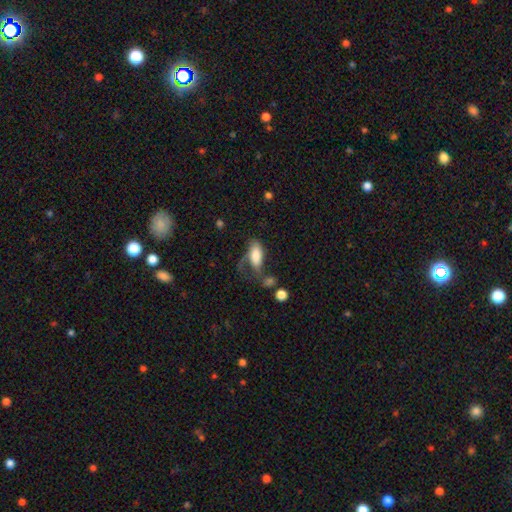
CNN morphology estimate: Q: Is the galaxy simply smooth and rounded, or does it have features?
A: smooth — 72%.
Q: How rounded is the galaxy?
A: in between — 86%.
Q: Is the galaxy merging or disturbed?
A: major disturbance — 40%.